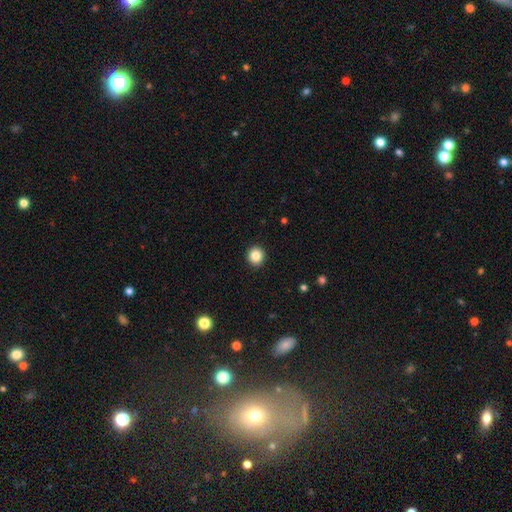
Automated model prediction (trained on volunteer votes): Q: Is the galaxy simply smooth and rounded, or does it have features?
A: smooth — 85%.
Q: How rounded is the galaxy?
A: round — 91%.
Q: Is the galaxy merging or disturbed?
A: none — 93%.